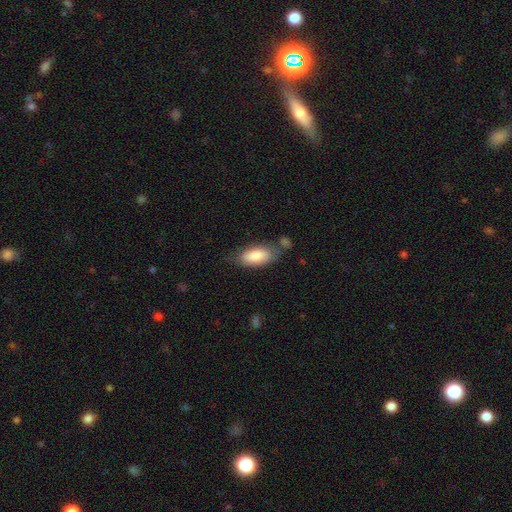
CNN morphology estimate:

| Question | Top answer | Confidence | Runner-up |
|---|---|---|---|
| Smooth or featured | smooth | 82% | featured or disk (12%) |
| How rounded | in between | 89% | cigar-shaped (9%) |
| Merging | none | 62% | minor disturbance (22%) |